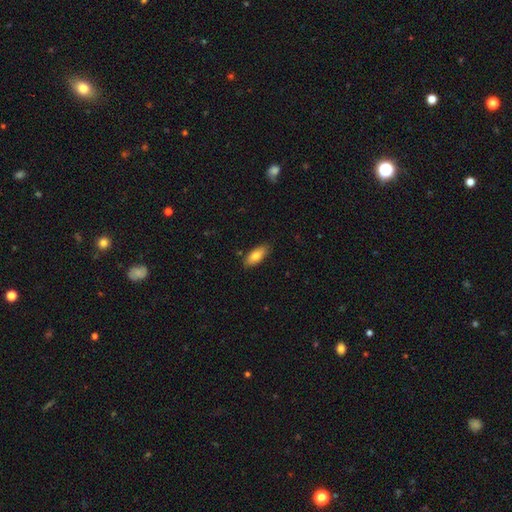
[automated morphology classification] Smooth or featured? smooth (78%)
How rounded? in between (79%)
Merging? none (85%)